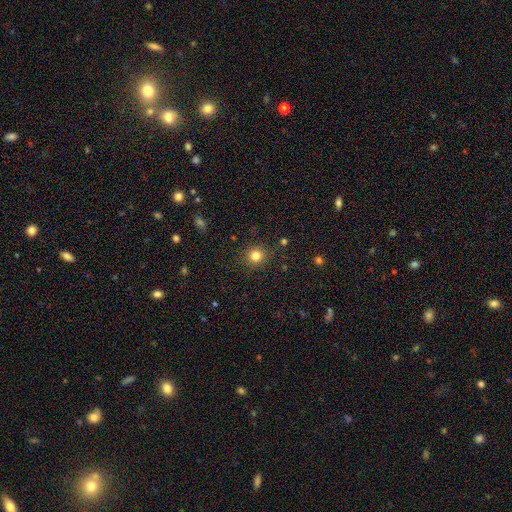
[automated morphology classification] type=smooth (82%); roundness=round (89%); merging=none (88%).